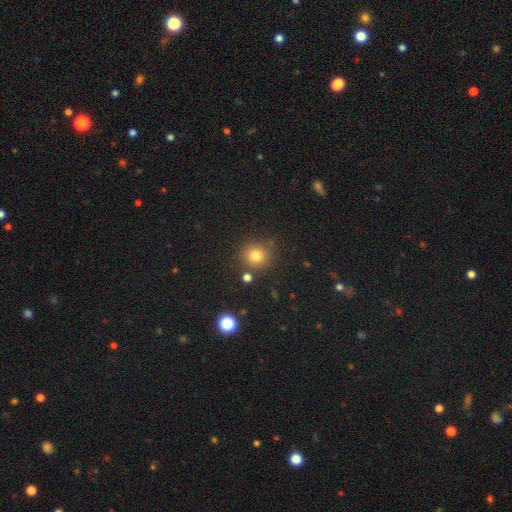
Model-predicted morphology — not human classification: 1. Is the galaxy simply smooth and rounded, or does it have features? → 77% smooth, 15% star or artifact, 8% featured or disk.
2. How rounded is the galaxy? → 90% round, 9% in between, 1% cigar-shaped.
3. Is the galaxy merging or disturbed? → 81% none, 10% minor disturbance, 7% merger, 3% major disturbance.